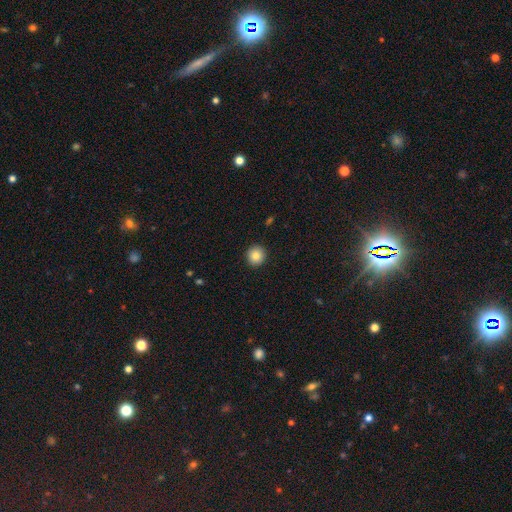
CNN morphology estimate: smooth 84%, star or artifact 9%, featured or disk 7%. Down the decision tree: how rounded — round (93%); merging — none (93%).